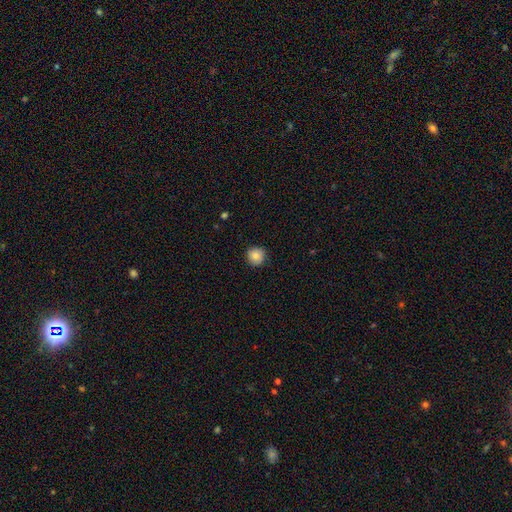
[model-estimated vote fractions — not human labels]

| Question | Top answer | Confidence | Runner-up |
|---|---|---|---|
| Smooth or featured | smooth | 84% | star or artifact (9%) |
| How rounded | round | 95% | in between (4%) |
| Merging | none | 91% | minor disturbance (7%) |